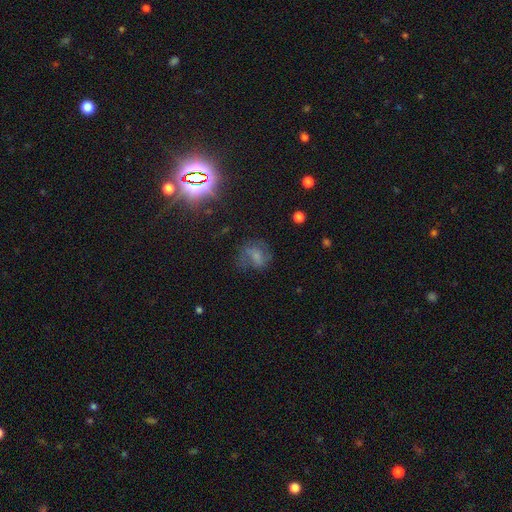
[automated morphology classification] The model was most divided on "smooth or featured": smooth: 43%, featured or disk: 39%, star or artifact: 17%. Remaining: merging — none (49%).